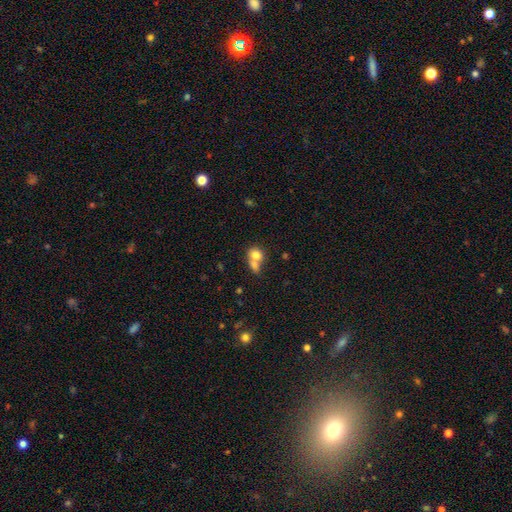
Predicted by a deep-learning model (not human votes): smooth_or_featured: smooth (p=0.76) [alt: featured or disk p=0.15]
how_rounded: round (p=0.55) [alt: in between p=0.44]
merging: merger (p=0.63) [alt: none p=0.25]